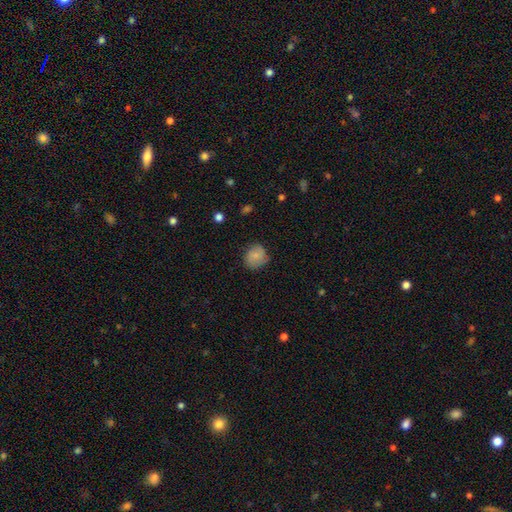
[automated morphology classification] This appears to be a smooth galaxy with no disk features (81%) that is round (76%). Merging: none (72%).